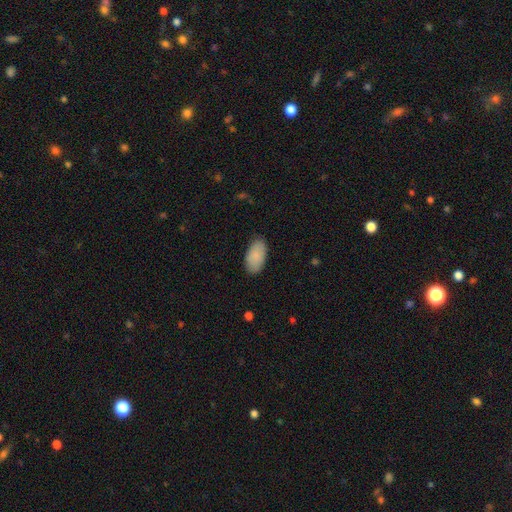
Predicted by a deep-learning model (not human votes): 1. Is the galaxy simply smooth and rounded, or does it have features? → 89% smooth, 6% star or artifact, 6% featured or disk.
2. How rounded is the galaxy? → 96% in between, 2% round, 2% cigar-shaped.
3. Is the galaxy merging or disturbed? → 85% none, 11% minor disturbance, 2% major disturbance, 1% merger.